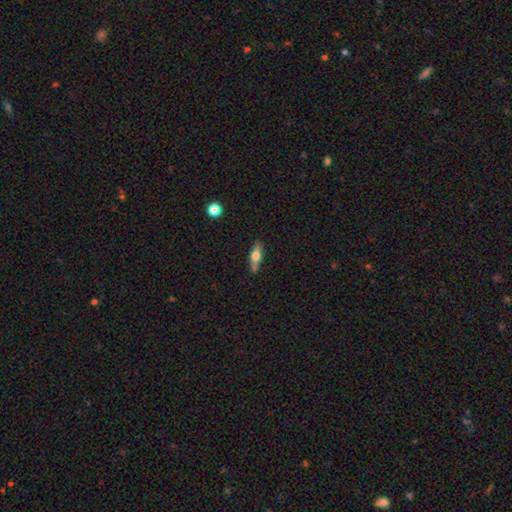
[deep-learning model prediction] Overall: smooth (55%; featured or disk 38%). How rounded: cigar-shaped (50%; in between 47%). Merging: none (74%).